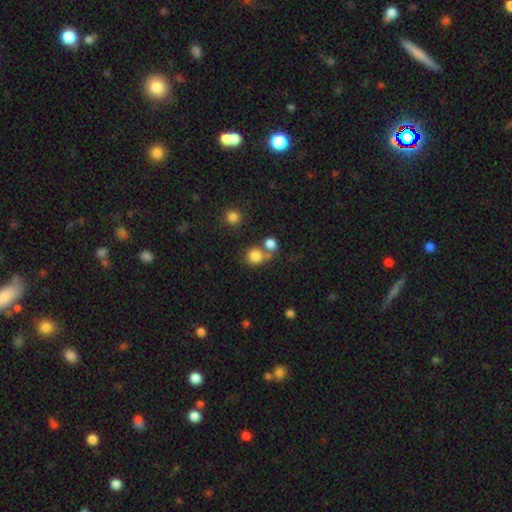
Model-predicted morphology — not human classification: Smooth or featured? Predicted: smooth (p=0.81). How rounded? Predicted: round (p=0.85). Merging? Predicted: none (p=0.55).